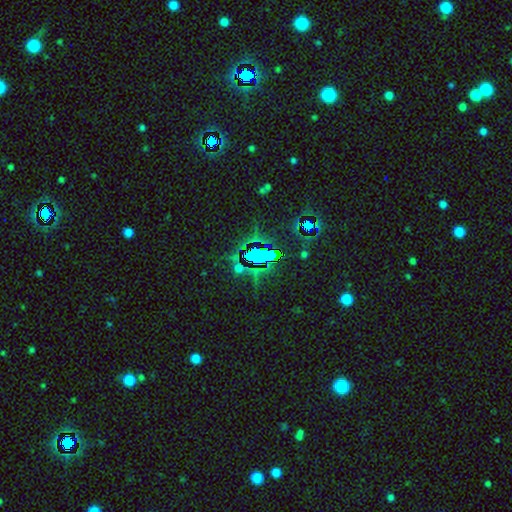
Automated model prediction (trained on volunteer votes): A star or artifact, not a galaxy (76%).

Vote fractions:
- Smooth or featured? star or artifact: 76% / smooth: 13% / featured or disk: 10%